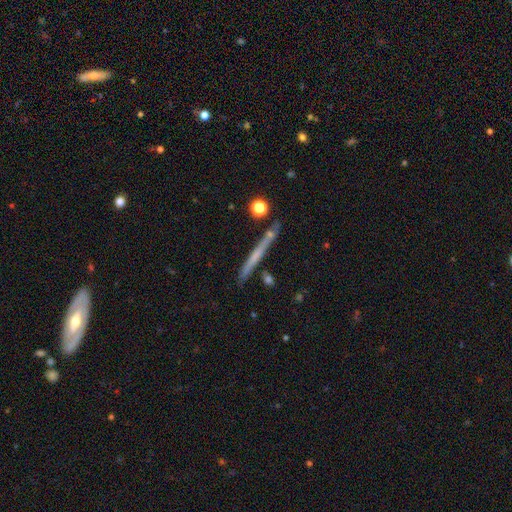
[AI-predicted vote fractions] Overall: featured or disk (49%; smooth 44%). Merging: none (82%).